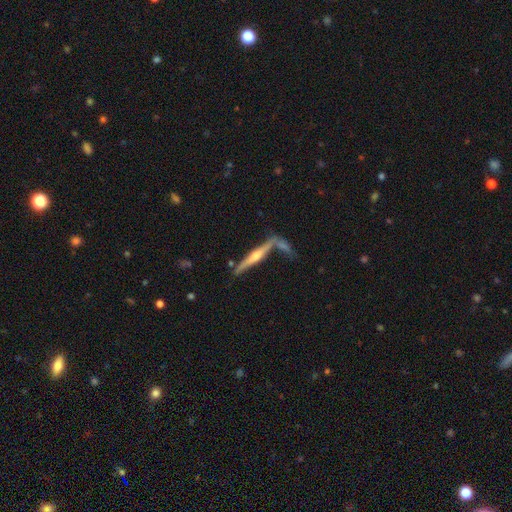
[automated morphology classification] A featured or disk galaxy (73%) viewed edge-on (96%) with a rounded central bulge (89%).

Vote fractions:
- Smooth or featured? featured or disk: 73% / smooth: 21% / star or artifact: 6%
- Edge-on disk? yes: 96% / no: 4%
- Edge-on bulge? rounded: 89% / none: 7% / boxy: 4%
- Merging? none: 65% / merger: 18% / minor disturbance: 13% / major disturbance: 5%